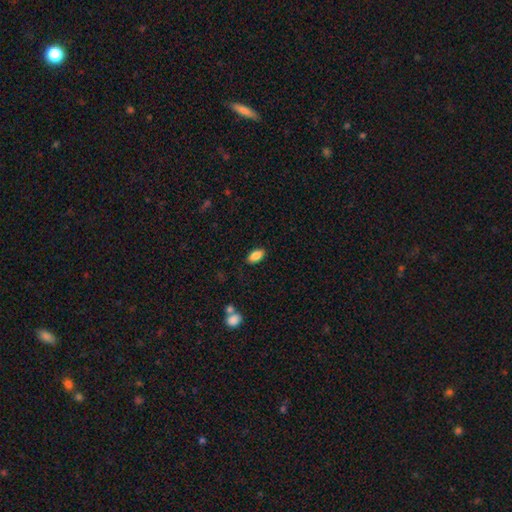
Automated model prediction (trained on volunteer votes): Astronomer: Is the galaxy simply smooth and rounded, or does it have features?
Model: smooth — 85%.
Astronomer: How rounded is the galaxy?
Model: in between — 90%.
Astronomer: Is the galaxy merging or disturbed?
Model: none — 86%.